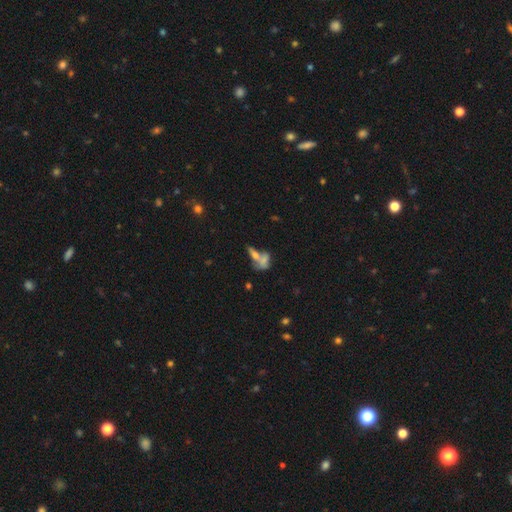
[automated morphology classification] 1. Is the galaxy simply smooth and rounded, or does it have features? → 49% smooth, 37% featured or disk, 14% star or artifact.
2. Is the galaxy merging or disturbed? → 53% merger, 29% none, 9% minor disturbance, 8% major disturbance.